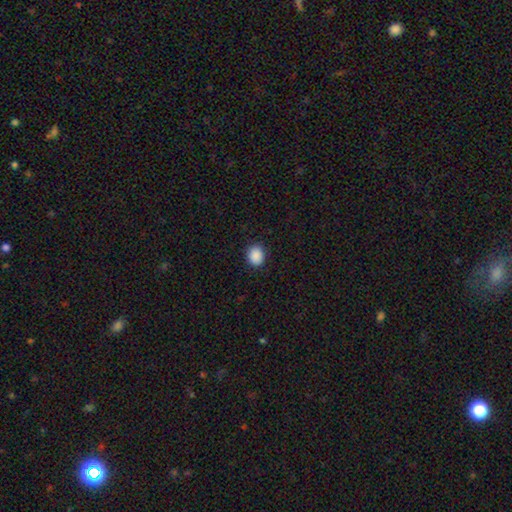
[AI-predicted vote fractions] Smooth or featured? Predicted: smooth (p=0.89). How rounded? Predicted: round (p=0.60). Merging? Predicted: none (p=0.89).